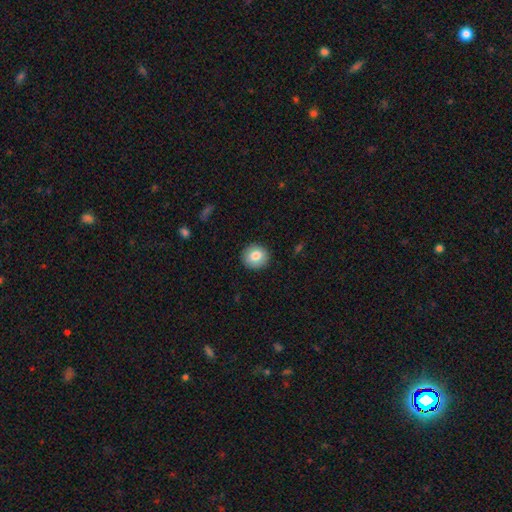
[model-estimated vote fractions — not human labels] Smooth or featured?
  - smooth: 82% *
  - featured or disk: 10%
  - star or artifact: 8%
How rounded?
  - round: 90% *
  - in between: 9%
  - cigar-shaped: 1%
Merging?
  - none: 91% *
  - minor disturbance: 6%
  - major disturbance: 2%
  - merger: 1%